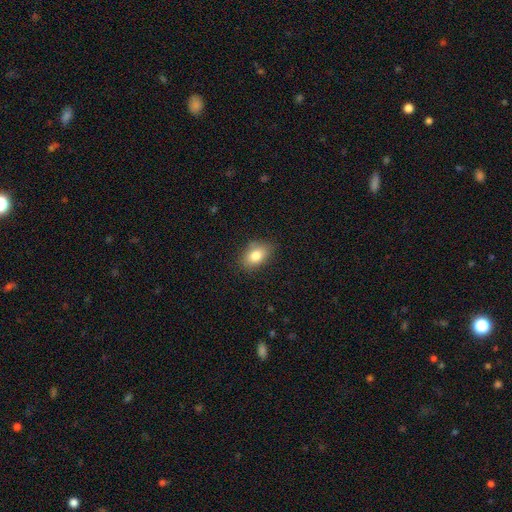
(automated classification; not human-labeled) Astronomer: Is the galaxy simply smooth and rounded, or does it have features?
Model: smooth — 82%.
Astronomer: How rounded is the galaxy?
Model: in between — 84%.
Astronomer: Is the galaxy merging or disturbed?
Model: none — 78%.